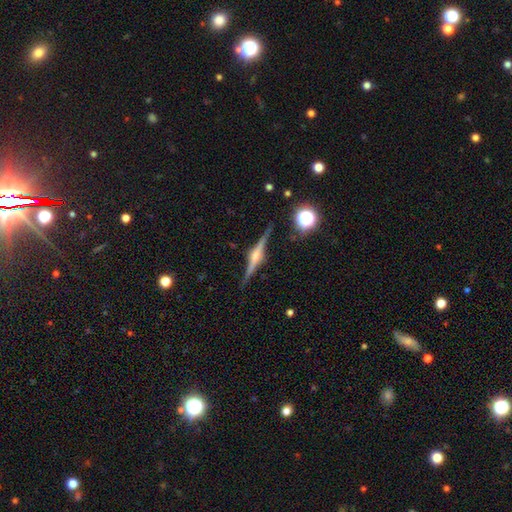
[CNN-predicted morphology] featured or disk 83%, smooth 9%, star or artifact 7%. Down the decision tree: edge-on disk — yes (98%); edge-on bulge — rounded (85%); merging — none (88%).